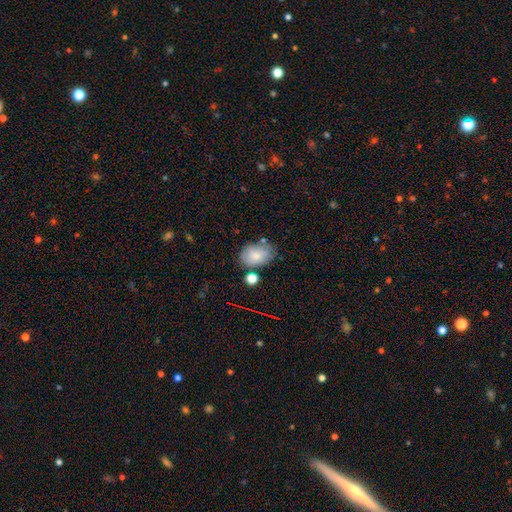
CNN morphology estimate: Smooth or featured? smooth (80%)
How rounded? in between (83%)
Merging? none (67%)